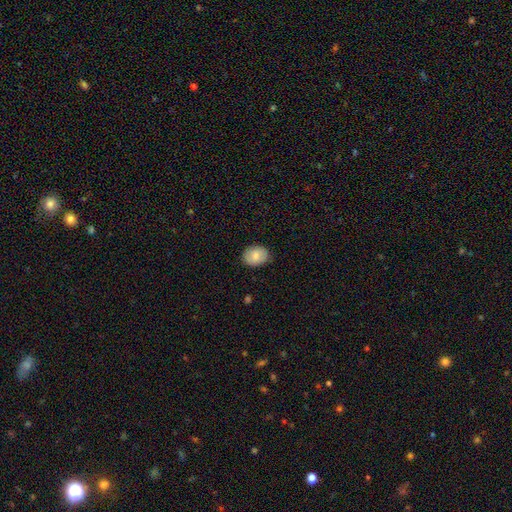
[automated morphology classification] The model was most divided on "how rounded": in between: 62%, round: 37%, cigar-shaped: 1%. More confident: merging — none (84%); smooth or featured — smooth (77%).